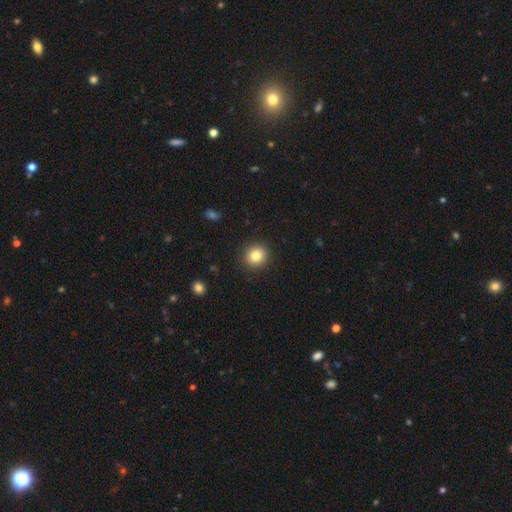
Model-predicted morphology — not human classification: Overall: smooth (82%). How rounded: round (86%). Merging: none (91%).